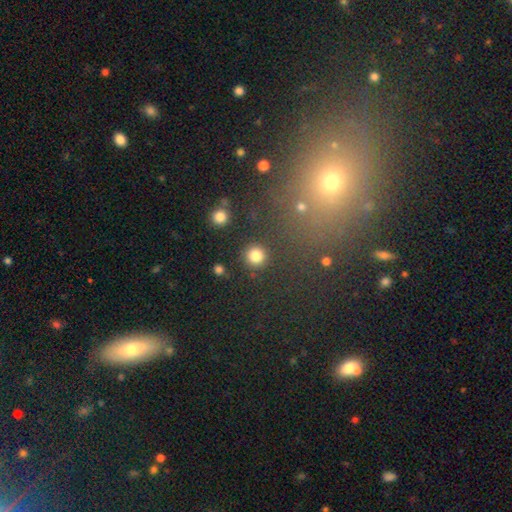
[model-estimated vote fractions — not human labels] A smooth galaxy with no disk features (83%) that is round (94%). Merging: none (90%).